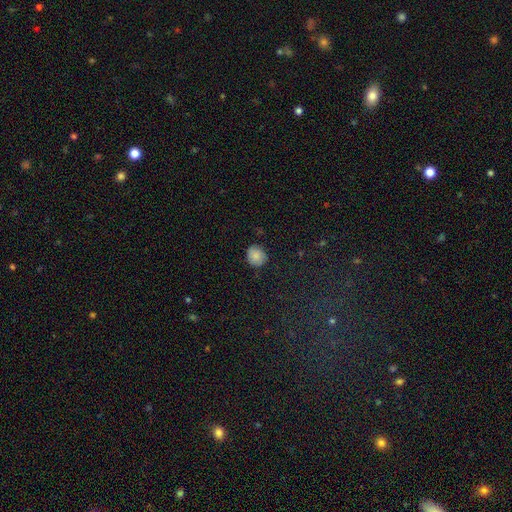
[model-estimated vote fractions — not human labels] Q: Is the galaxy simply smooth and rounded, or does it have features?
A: smooth — 85%.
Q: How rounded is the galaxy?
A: round — 84%.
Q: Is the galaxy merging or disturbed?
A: none — 83%.